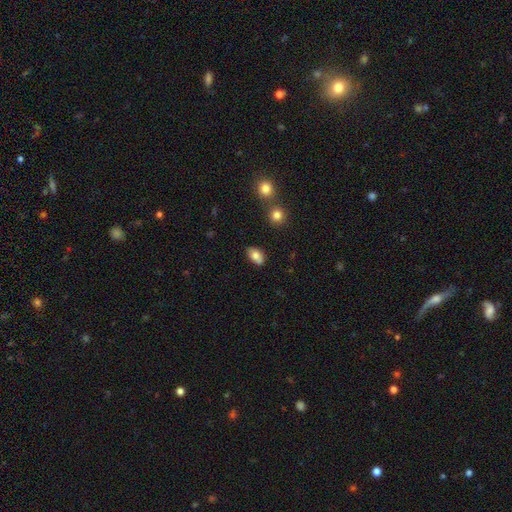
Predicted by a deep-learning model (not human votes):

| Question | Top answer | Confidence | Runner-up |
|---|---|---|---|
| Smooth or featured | smooth | 80% | featured or disk (11%) |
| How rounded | in between | 89% | round (9%) |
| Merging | none | 74% | minor disturbance (17%) |